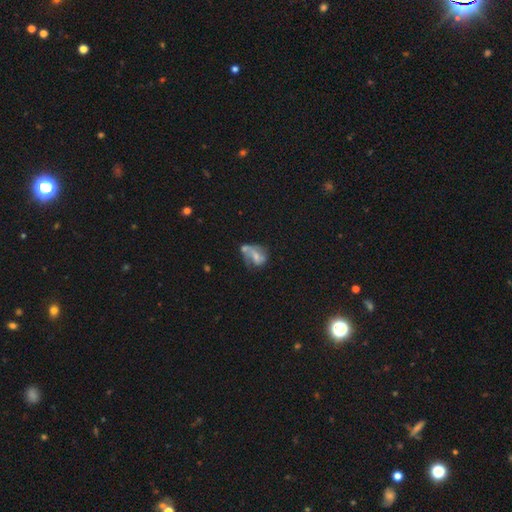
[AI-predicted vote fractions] The model was most divided on "merging": none: 30%, major disturbance: 25%, minor disturbance: 23%, merger: 22%. Remaining: edge-on disk — no (97%); spiral arms — yes (67%); smooth or featured — featured or disk (56%); bar — no (46%); bulge size — small (43%).